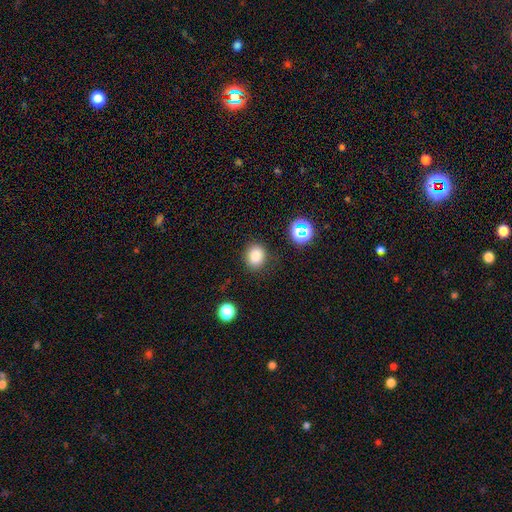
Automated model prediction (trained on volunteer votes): Q: Smooth or featured?
A: smooth (81%); runner-up: star or artifact (13%)
Q: How rounded?
A: round (66%); runner-up: in between (33%)
Q: Merging?
A: none (85%); runner-up: minor disturbance (10%)